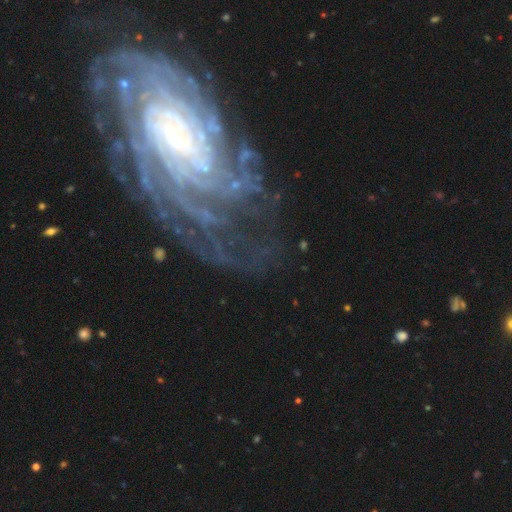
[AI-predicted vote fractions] featured or disk 86%, star or artifact 8%, smooth 6%. Down the decision tree: edge-on disk — no (96%); bar — no (56%); spiral arms — yes (97%); spiral arm count — more than 4 (30%); spiral winding — tight (77%); bulge size — small (71%); merging — none (73%).